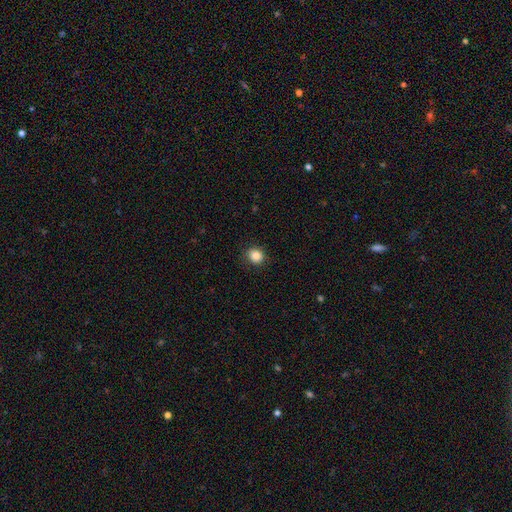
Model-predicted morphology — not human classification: The model was most divided on "how rounded": round: 80%, in between: 19%, cigar-shaped: 1%. More confident: merging — none (88%); smooth or featured — smooth (87%).